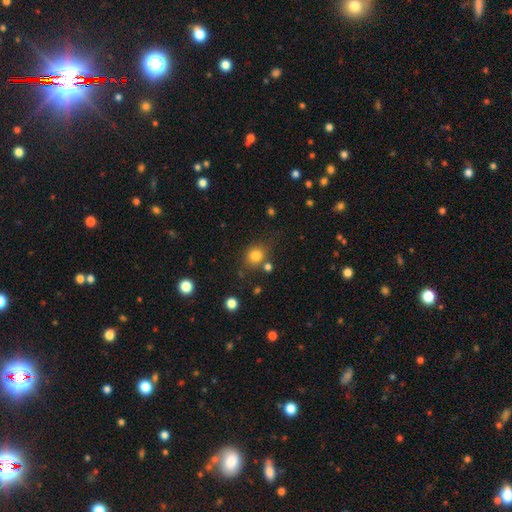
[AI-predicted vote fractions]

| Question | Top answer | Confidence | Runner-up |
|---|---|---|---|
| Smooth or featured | smooth | 81% | star or artifact (13%) |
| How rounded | round | 75% | in between (24%) |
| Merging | none | 71% | minor disturbance (14%) |